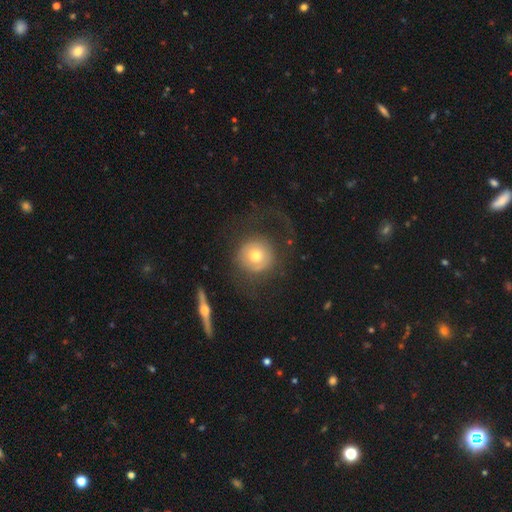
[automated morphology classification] smooth-or-featured: smooth: 54% | featured or disk: 39% | star or artifact: 7%
  how-rounded: round: 92% | in between: 7% | cigar-shaped: 1%
  merging: none: 57% | major disturbance: 27% | minor disturbance: 14% | merger: 3%